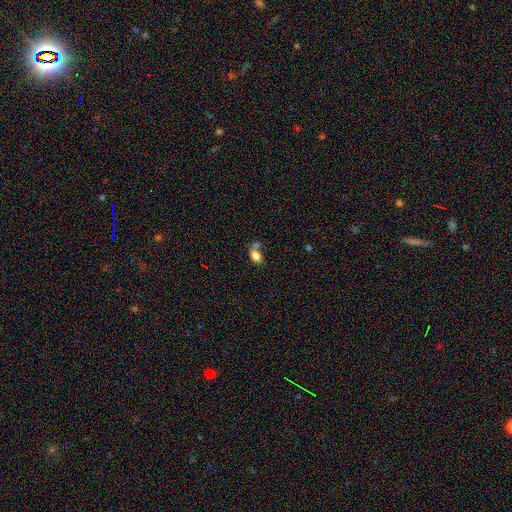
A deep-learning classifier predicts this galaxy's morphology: Smooth or featured: smooth — 80% (star or artifact — 10%)
How rounded: in between — 84% (round — 14%)
Merging: merger — 40% (none — 37%)